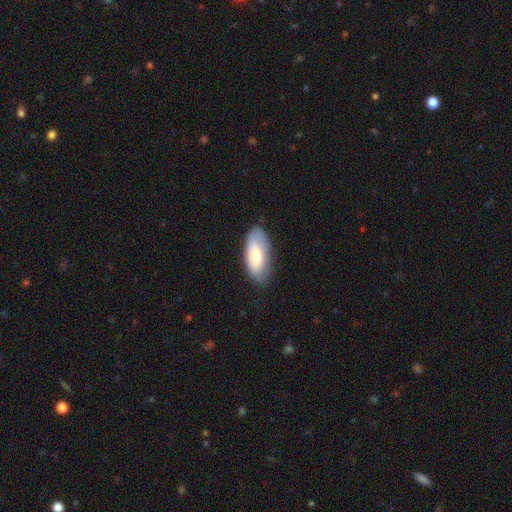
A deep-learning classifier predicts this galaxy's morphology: Smooth or featured: smooth — 74% (featured or disk — 20%)
How rounded: in between — 88% (cigar-shaped — 10%)
Merging: none — 74% (minor disturbance — 20%)